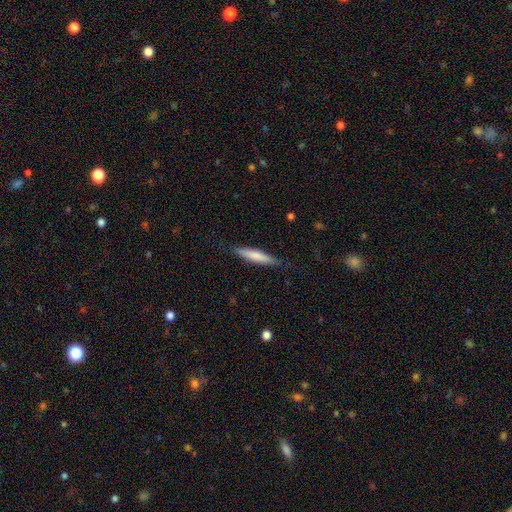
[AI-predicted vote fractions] The model was most divided on "smooth or featured": smooth: 69%, featured or disk: 25%, star or artifact: 5%. More confident: how rounded — cigar-shaped (88%); merging — none (84%).